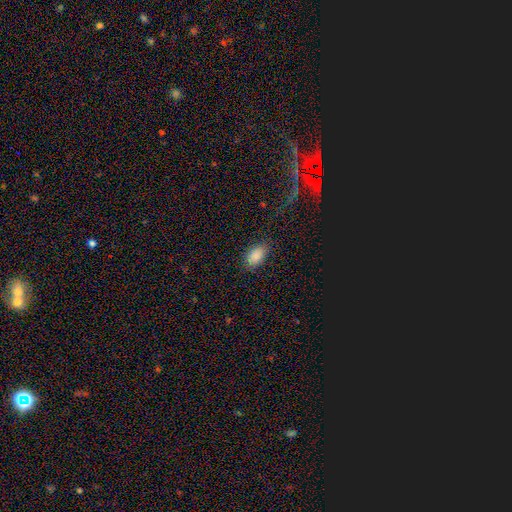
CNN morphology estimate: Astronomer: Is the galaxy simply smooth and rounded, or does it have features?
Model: smooth — 88%.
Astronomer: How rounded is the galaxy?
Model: in between — 92%.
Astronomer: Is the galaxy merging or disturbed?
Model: none — 83%.